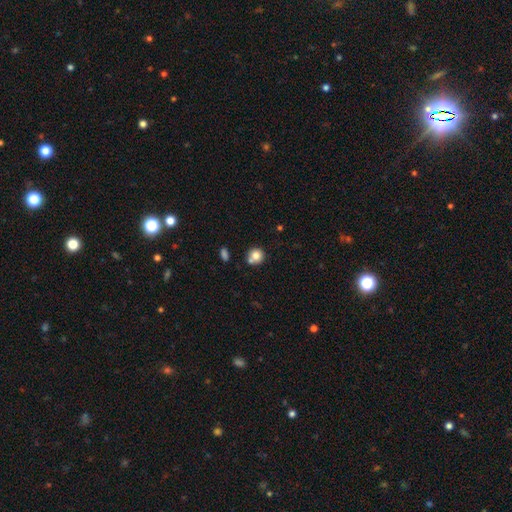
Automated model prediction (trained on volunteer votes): A smooth galaxy with no disk features (80%) that is round (88%). Merging: none (64%).